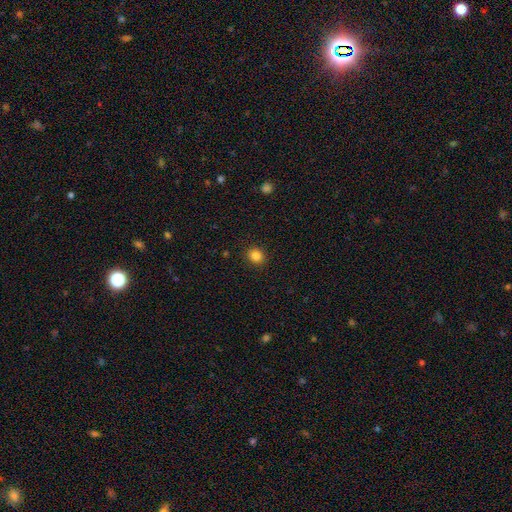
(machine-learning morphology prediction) smooth_or_featured: smooth (p=0.85) [alt: star or artifact p=0.11]
how_rounded: round (p=0.72) [alt: in between p=0.28]
merging: none (p=0.91) [alt: minor disturbance p=0.06]